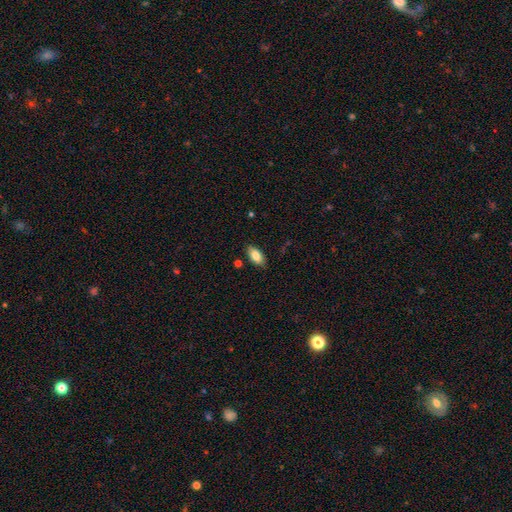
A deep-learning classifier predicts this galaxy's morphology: Overall: smooth (83%). How rounded: in between (92%). Merging: none (85%).